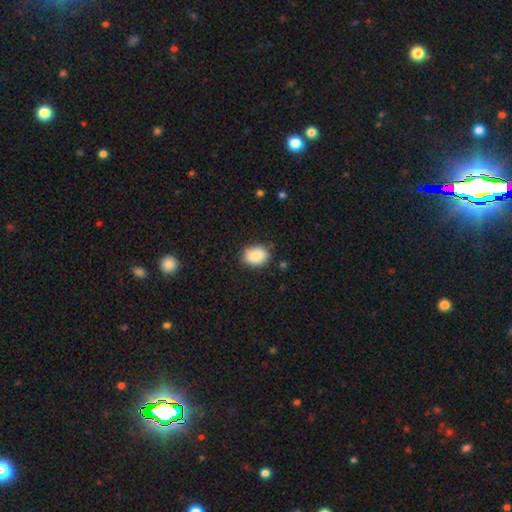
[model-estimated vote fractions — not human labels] A smooth galaxy with no disk features (88%) that is in between round and cigar-shaped (71%).

Vote fractions:
- Smooth or featured? smooth: 88% / star or artifact: 8% / featured or disk: 5%
- How rounded? in between: 71% / round: 28% / cigar-shaped: 1%
- Merging? none: 81% / minor disturbance: 15% / major disturbance: 3% / merger: 1%